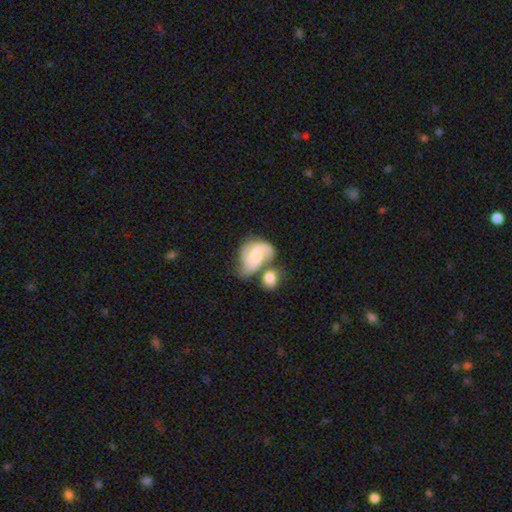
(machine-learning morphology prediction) featured or disk 63%, smooth 29%, star or artifact 7%. Down the decision tree: edge-on disk — no (97%); bar — no (57%); spiral arms — yes (88%); spiral arm count — 2 (66%); spiral winding — loose (45%); bulge size — moderate (48%); merging — merger (44%).